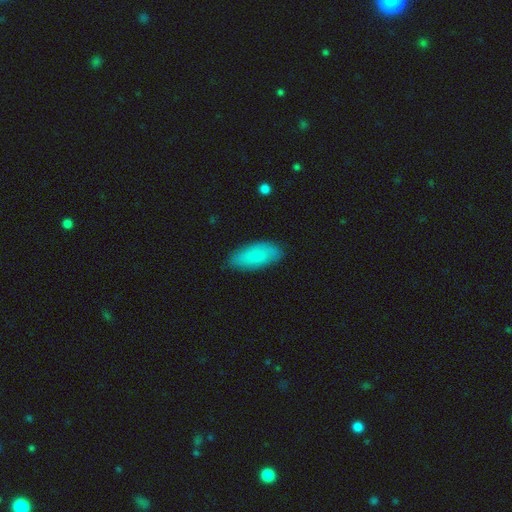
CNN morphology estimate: A smooth galaxy with no disk features (83%) that is in between round and cigar-shaped (87%). Merging: none (84%).